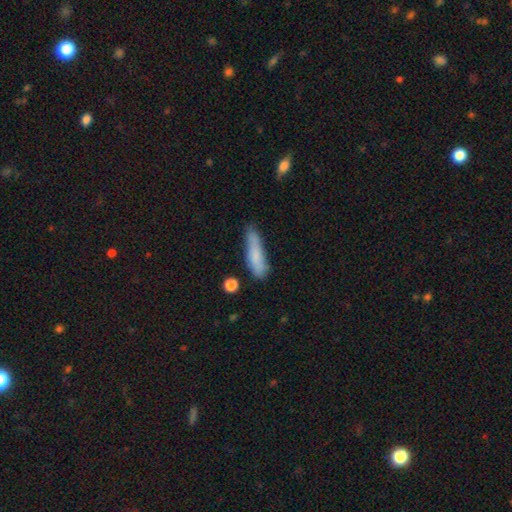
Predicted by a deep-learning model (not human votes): Morphology: type=smooth (78%); roundness=cigar-shaped (72%); merging=none (66%).